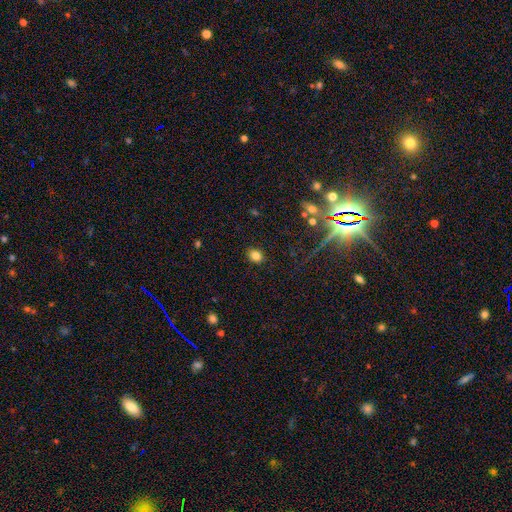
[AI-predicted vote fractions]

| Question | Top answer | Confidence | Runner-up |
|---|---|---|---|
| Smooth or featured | smooth | 82% | star or artifact (12%) |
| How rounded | in between | 57% | round (42%) |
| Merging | none | 88% | minor disturbance (8%) |